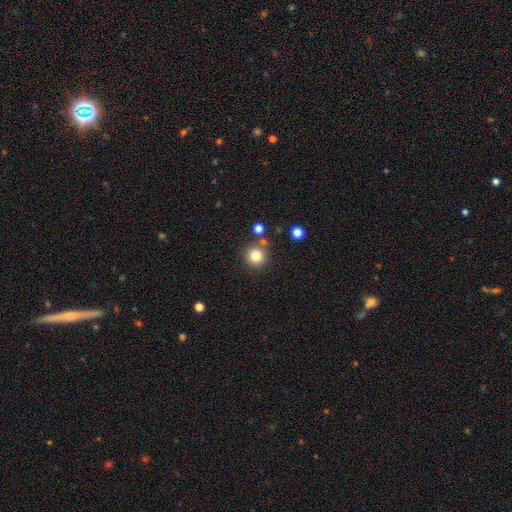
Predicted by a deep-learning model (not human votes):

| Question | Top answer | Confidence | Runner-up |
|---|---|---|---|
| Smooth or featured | smooth | 82% | star or artifact (12%) |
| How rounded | round | 94% | in between (5%) |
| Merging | none | 80% | merger (9%) |